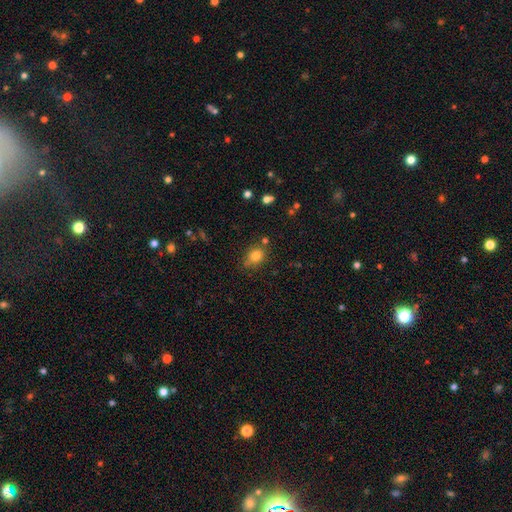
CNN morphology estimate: This appears to be a smooth galaxy with no disk features (80%) that is in between round and cigar-shaped (52%). Merging: none (69%).